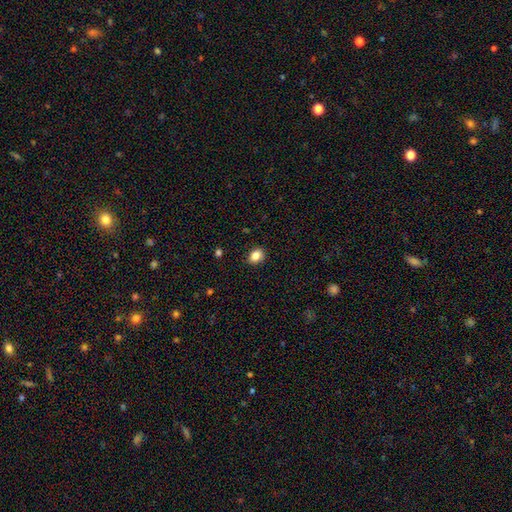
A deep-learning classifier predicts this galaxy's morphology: smooth 85%, star or artifact 10%, featured or disk 6%. Down the decision tree: how rounded — in between (56%); merging — none (88%).